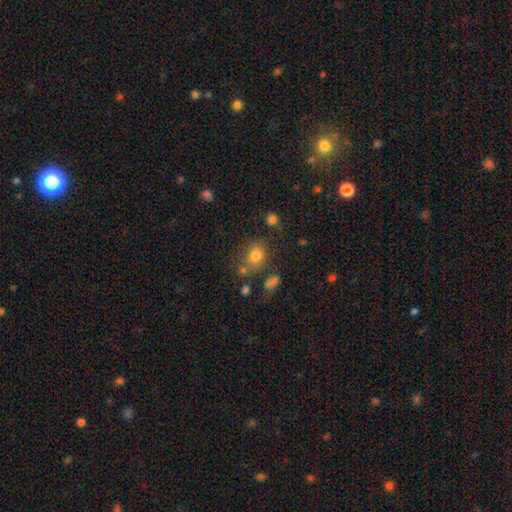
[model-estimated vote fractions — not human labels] smooth_or_featured: smooth (p=0.77) [alt: star or artifact p=0.13]
how_rounded: round (p=0.55) [alt: in between p=0.44]
merging: none (p=0.62) [alt: minor disturbance p=0.17]